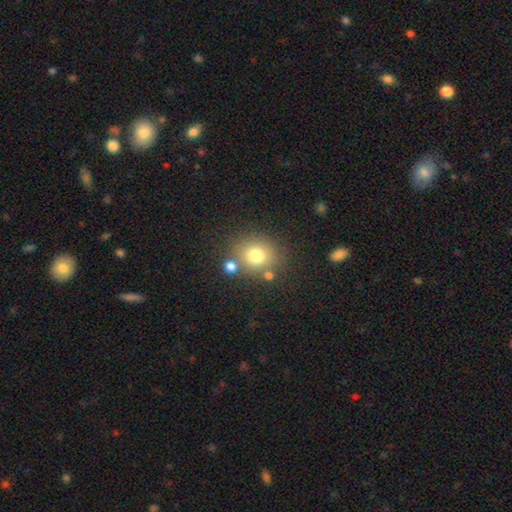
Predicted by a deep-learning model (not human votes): smooth 75%, star or artifact 14%, featured or disk 11%. Down the decision tree: how rounded — round (80%); merging — none (74%).